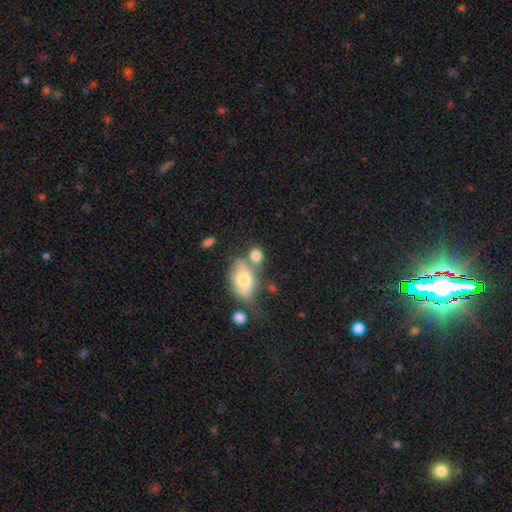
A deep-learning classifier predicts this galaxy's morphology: Overall: smooth (78%). How rounded: in between (50%; round 46%). Merging: none (46%; merger 33%).